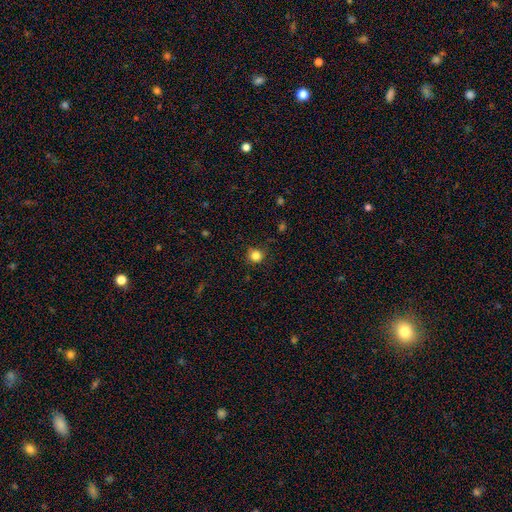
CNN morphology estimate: Smooth or featured? smooth (84%)
How rounded? round (93%)
Merging? none (87%)